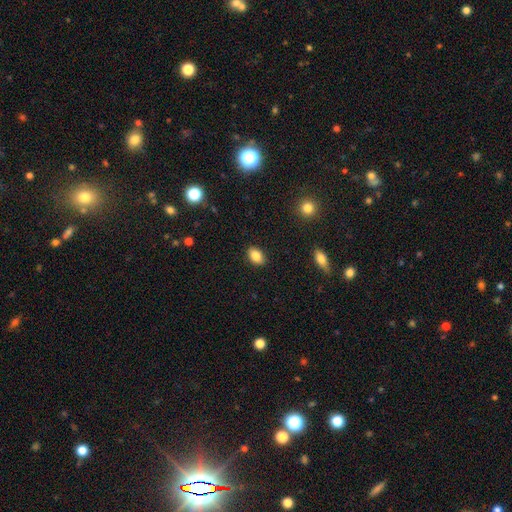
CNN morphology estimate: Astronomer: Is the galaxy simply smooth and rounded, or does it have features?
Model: smooth — 86%.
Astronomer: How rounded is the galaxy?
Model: in between — 87%.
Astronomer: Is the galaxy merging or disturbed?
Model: none — 88%.